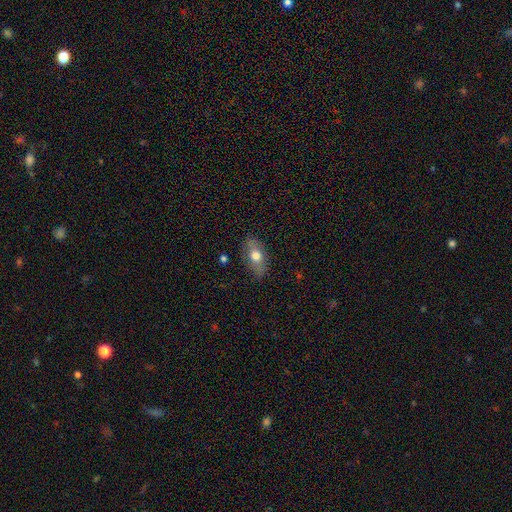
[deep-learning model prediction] smooth-or-featured: smooth: 65% | featured or disk: 27% | star or artifact: 7%
  how-rounded: in between: 84% | round: 9% | cigar-shaped: 7%
  merging: none: 82% | minor disturbance: 13% | major disturbance: 3% | merger: 1%